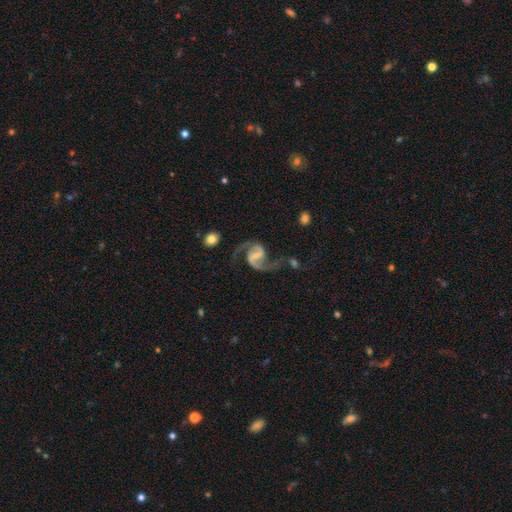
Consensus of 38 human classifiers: Q: Smooth or featured?
A: featured or disk (92%); runner-up: smooth (5%)
Q: Edge-on disk?
A: no (97%); runner-up: yes (3%)
Q: Bar?
A: weak (56%); runner-up: strong (26%)
Q: Spiral arms?
A: yes (100%)
Q: Spiral winding?
A: medium (74%); runner-up: loose (26%)
Q: Spiral arm count?
A: 2 (94%); runner-up: 1 (3%)
Q: Bulge size?
A: small (59%); runner-up: moderate (29%)
Q: Merging?
A: none (54%); runner-up: minor disturbance (19%)